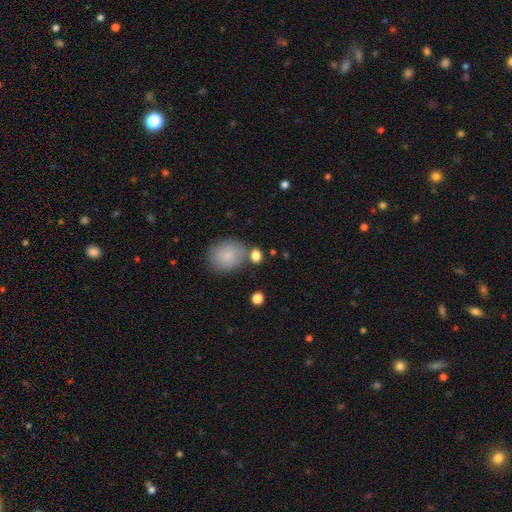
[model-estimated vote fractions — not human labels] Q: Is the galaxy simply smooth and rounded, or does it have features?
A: smooth — 83%.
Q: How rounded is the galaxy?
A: round — 59%.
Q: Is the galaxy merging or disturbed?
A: none — 65%.